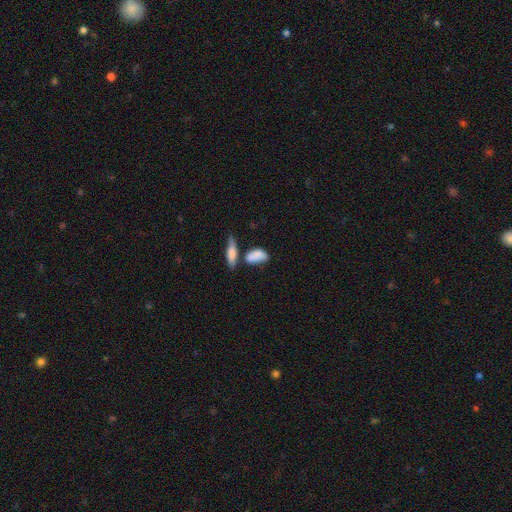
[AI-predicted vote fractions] Smooth or featured: smooth — 80% (featured or disk — 12%)
How rounded: in between — 86% (cigar-shaped — 9%)
Merging: merger — 40% (none — 32%)